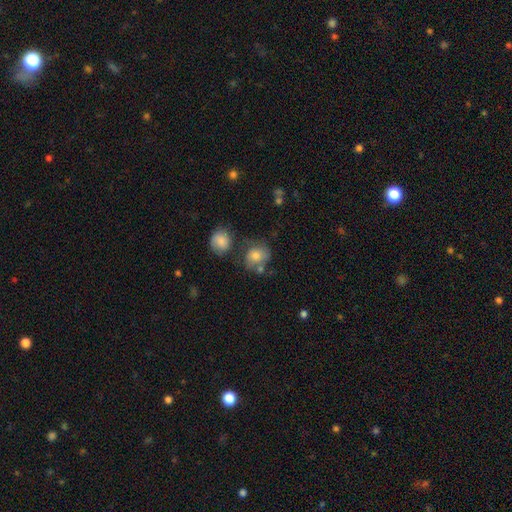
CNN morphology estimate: Smooth or featured? Predicted: smooth (p=0.69). How rounded? Predicted: round (p=0.71). Merging? Predicted: none (p=0.53).